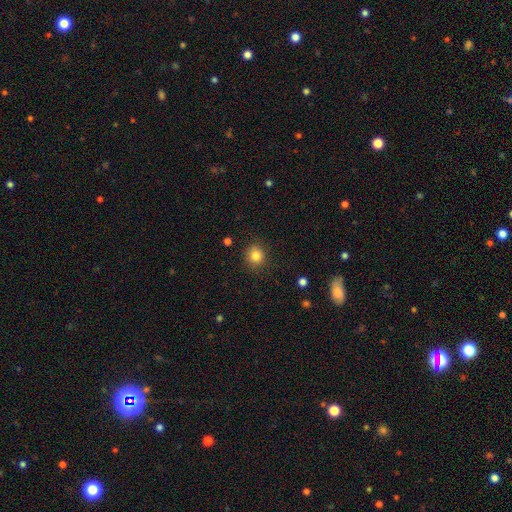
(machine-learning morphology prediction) smooth 83%, star or artifact 11%, featured or disk 6%. Down the decision tree: how rounded — round (85%); merging — none (88%).